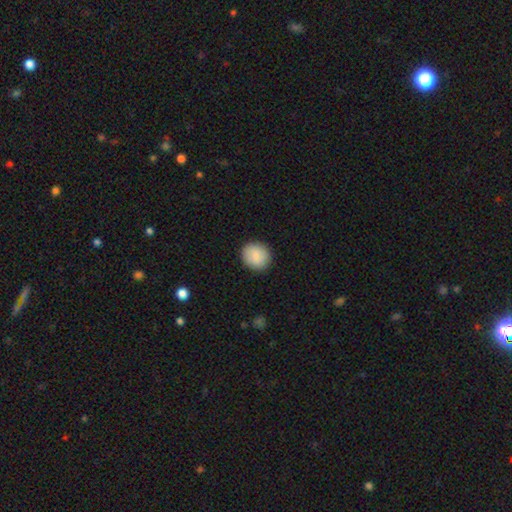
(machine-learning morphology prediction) type=smooth (88%); roundness=round (81%); merging=none (90%).